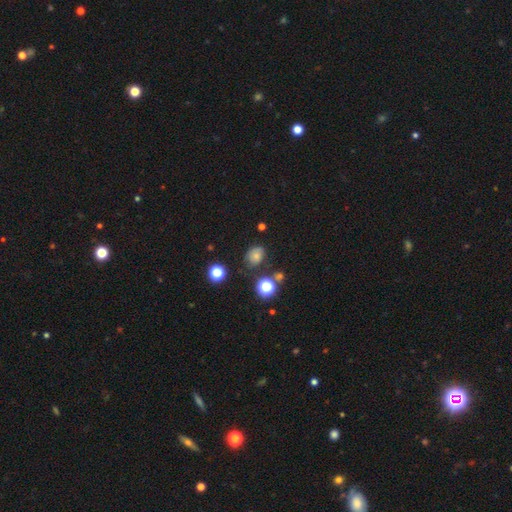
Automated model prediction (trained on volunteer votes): A smooth galaxy with no disk features (68%) that is in between round and cigar-shaped (55%). Merging: none (67%).